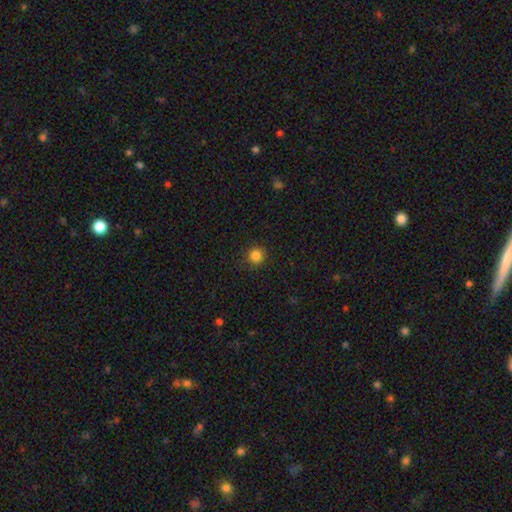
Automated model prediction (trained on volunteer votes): smooth 84%, star or artifact 12%, featured or disk 4%. Down the decision tree: how rounded — round (94%); merging — none (90%).